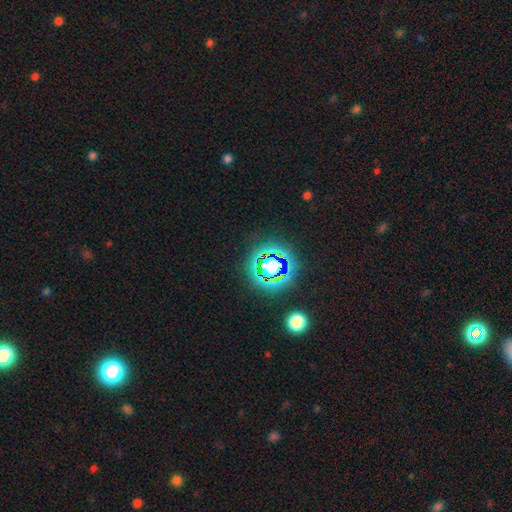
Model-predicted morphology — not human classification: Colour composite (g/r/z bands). It shows a star or artifact, not a galaxy (81%).